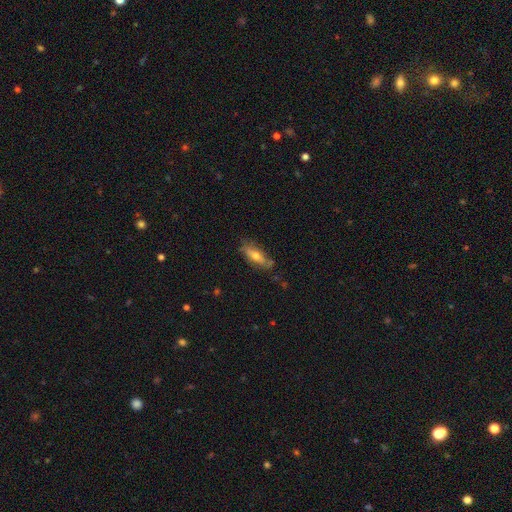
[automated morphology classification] Smooth or featured: smooth — 50% (featured or disk — 43%)
How rounded: in between — 58% (cigar-shaped — 39%)
Merging: none — 68% (minor disturbance — 23%)